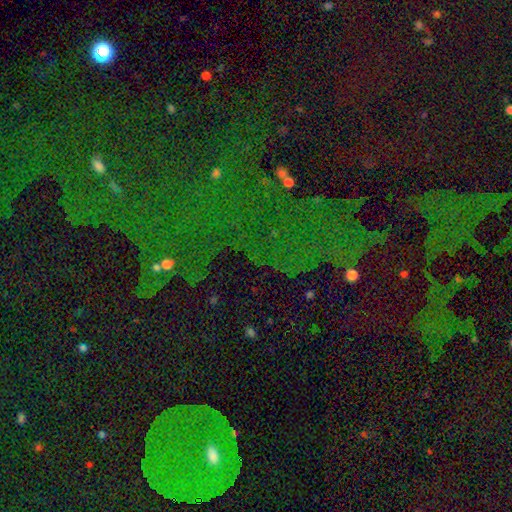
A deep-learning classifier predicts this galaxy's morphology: Smooth or featured: star or artifact — 76% (smooth — 14%)